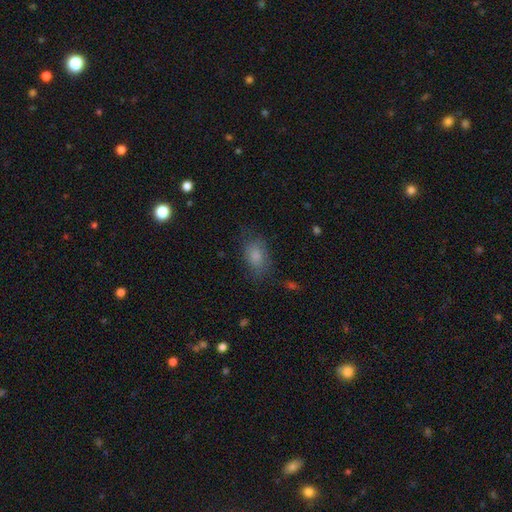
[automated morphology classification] Smooth or featured? smooth (80%)
How rounded? in between (84%)
Merging? none (69%)